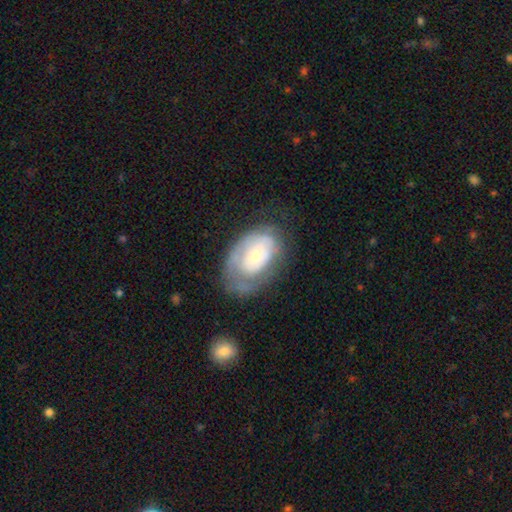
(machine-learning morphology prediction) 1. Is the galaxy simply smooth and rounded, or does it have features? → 62% featured or disk, 32% smooth, 6% star or artifact.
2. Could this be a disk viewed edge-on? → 95% no, 5% yes.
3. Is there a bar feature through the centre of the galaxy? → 83% no, 14% weak, 3% strong.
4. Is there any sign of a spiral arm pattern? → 61% yes, 39% no.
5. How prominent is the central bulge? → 54% small, 40% moderate, 4% large, 1% none, 1% dominant.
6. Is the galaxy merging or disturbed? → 48% none, 28% minor disturbance, 22% major disturbance, 2% merger.